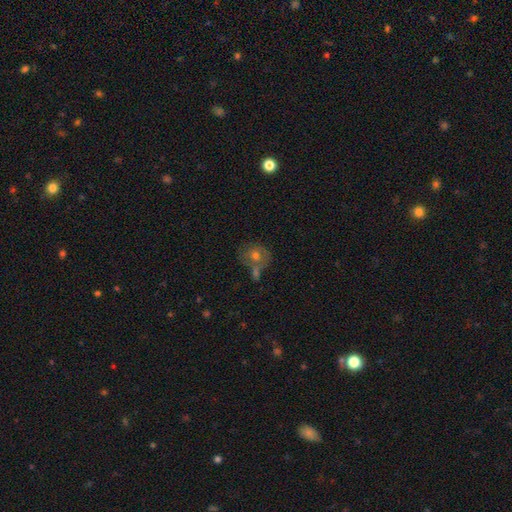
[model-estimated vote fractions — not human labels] Q: Smooth or featured?
A: smooth (55%); runner-up: featured or disk (33%)
Q: How rounded?
A: round (70%); runner-up: in between (29%)
Q: Merging?
A: none (46%); runner-up: merger (32%)